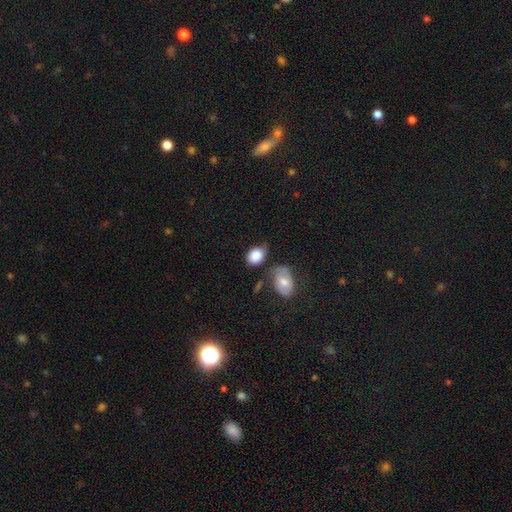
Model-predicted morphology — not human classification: A smooth galaxy with no disk features (84%) that is in between round and cigar-shaped (70%).

Vote fractions:
- Smooth or featured? smooth: 84% / featured or disk: 9% / star or artifact: 7%
- How rounded? in between: 70% / round: 29% / cigar-shaped: 1%
- Merging? none: 43% / minor disturbance: 32% / major disturbance: 13% / merger: 13%